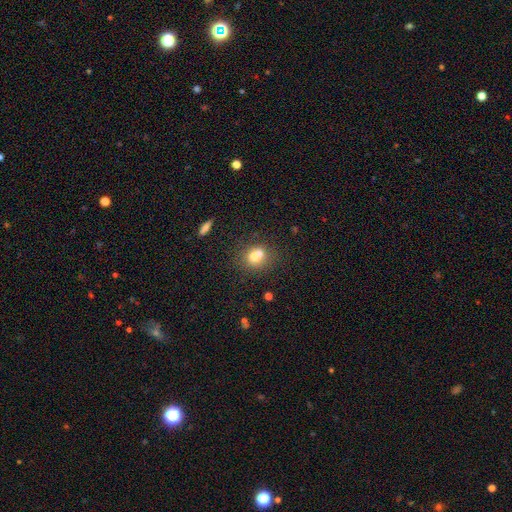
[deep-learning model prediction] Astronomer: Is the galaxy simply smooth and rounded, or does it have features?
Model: smooth — 69%.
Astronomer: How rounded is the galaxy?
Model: round — 65%.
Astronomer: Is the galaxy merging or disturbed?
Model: merger — 48% (runner-up: none, 37%).